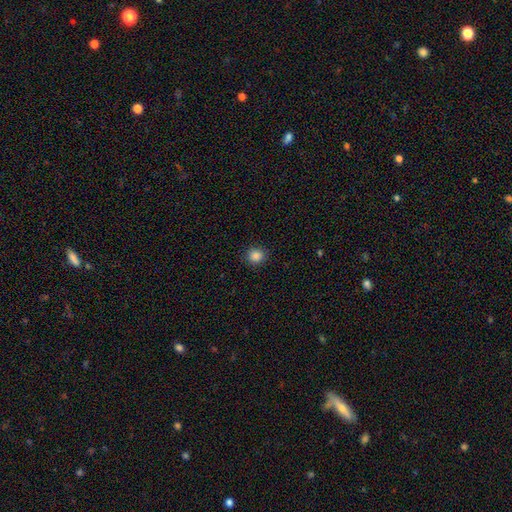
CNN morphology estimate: type=smooth (86%); roundness=round (91%); merging=none (91%).